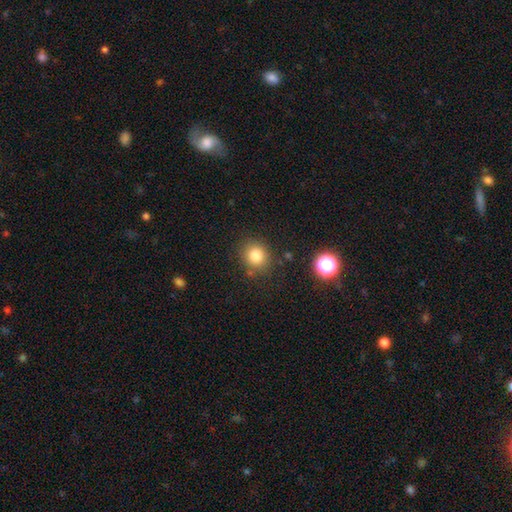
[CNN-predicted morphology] smooth_or_featured: smooth (p=0.81) [alt: star or artifact p=0.12]
how_rounded: round (p=0.82) [alt: in between p=0.17]
merging: none (p=0.84) [alt: minor disturbance p=0.10]